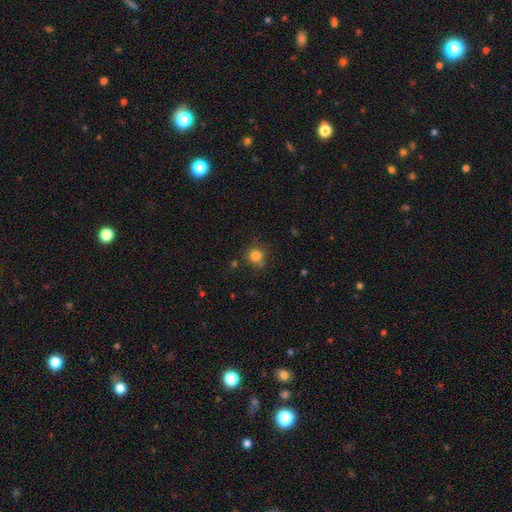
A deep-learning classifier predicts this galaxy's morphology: smooth_or_featured: smooth (p=0.83) [alt: star or artifact p=0.12]
how_rounded: round (p=0.91) [alt: in between p=0.08]
merging: none (p=0.76) [alt: minor disturbance p=0.13]